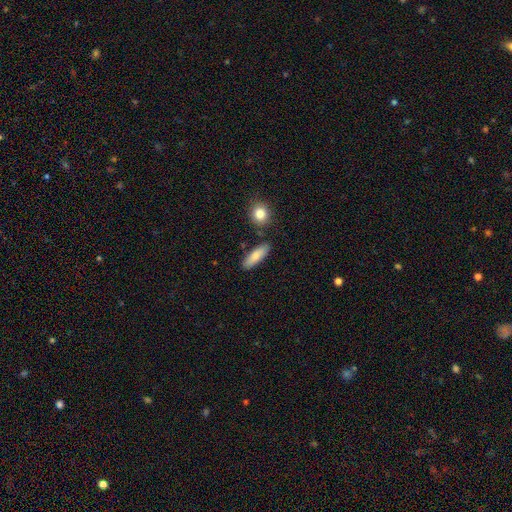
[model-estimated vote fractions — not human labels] Q: Smooth or featured?
A: smooth (81%); runner-up: featured or disk (13%)
Q: How rounded?
A: in between (52%); runner-up: cigar-shaped (45%)
Q: Merging?
A: none (82%); runner-up: minor disturbance (11%)